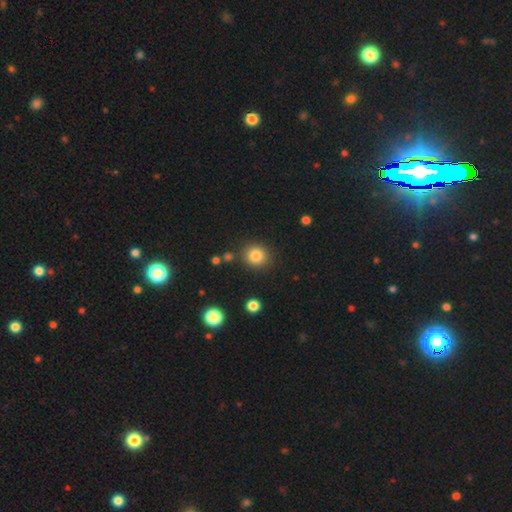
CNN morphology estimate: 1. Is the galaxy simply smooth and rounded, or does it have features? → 83% smooth, 11% star or artifact, 6% featured or disk.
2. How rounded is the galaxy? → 87% round, 12% in between, 1% cigar-shaped.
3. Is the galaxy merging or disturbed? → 86% none, 8% minor disturbance, 4% merger, 3% major disturbance.